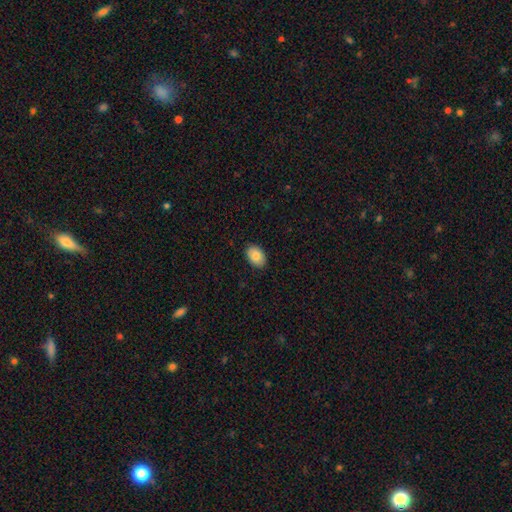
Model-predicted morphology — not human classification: This is clearly a smooth galaxy (83%). How rounded: clearly in between (85%). Merging: clearly none (88%).